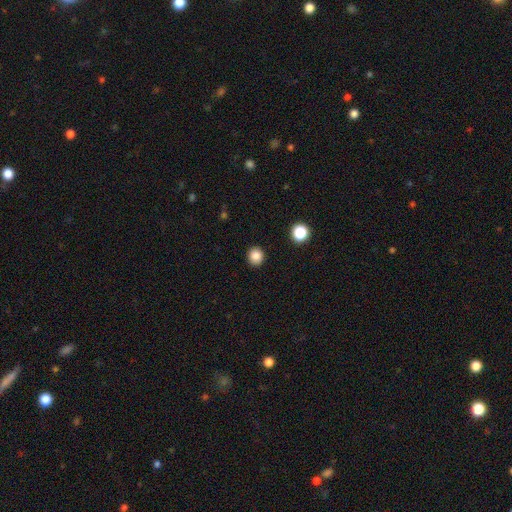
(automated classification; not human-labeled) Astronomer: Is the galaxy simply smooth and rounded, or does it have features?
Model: smooth — 85%.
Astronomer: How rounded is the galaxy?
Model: round — 88%.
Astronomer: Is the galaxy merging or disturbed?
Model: none — 91%.